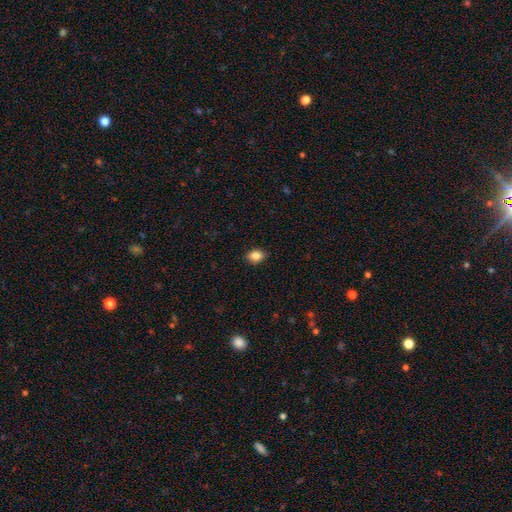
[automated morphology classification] A smooth galaxy with no disk features (85%) that is in between round and cigar-shaped (66%).

Vote fractions:
- Smooth or featured? smooth: 85% / star or artifact: 9% / featured or disk: 6%
- How rounded? in between: 66% / round: 33% / cigar-shaped: 2%
- Merging? none: 86% / minor disturbance: 11% / major disturbance: 2% / merger: 1%